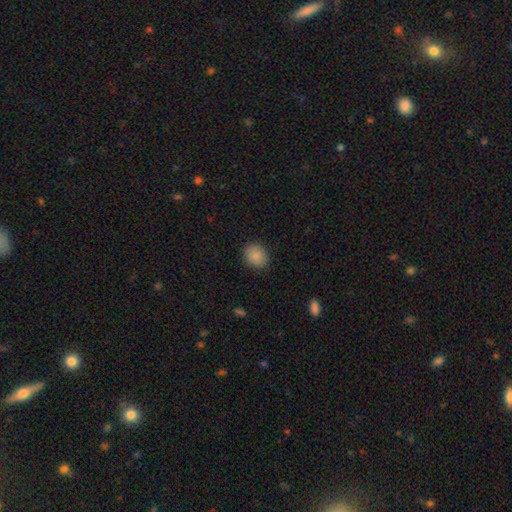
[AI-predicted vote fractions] A smooth galaxy with no disk features (87%) that is round (67%). Merging: none (89%).